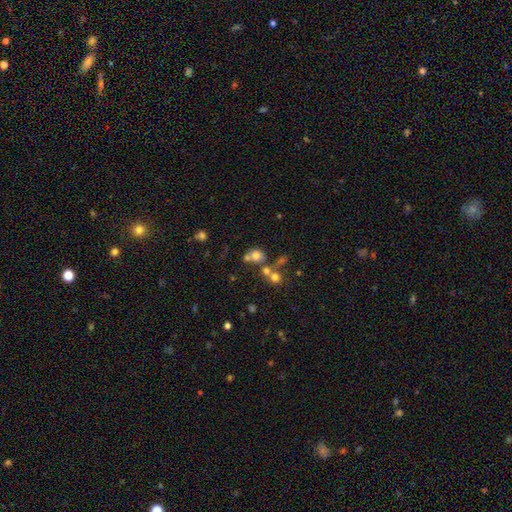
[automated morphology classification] Smooth or featured: smooth — 67% (star or artifact — 18%)
How rounded: round — 69% (in between — 30%)
Merging: none — 45% (merger — 38%)